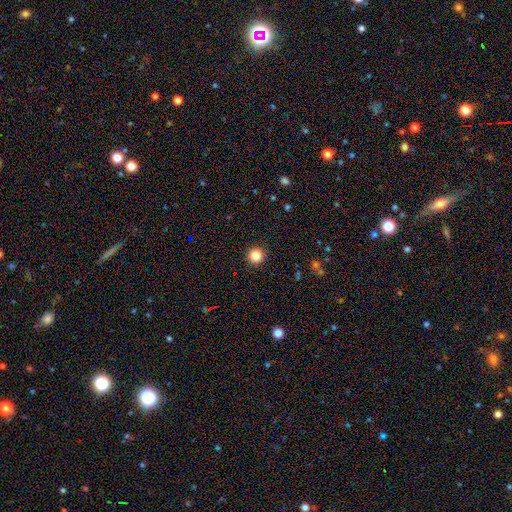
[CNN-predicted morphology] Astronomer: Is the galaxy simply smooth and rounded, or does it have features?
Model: smooth — 85%.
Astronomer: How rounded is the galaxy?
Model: round — 95%.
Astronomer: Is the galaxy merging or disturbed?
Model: none — 93%.